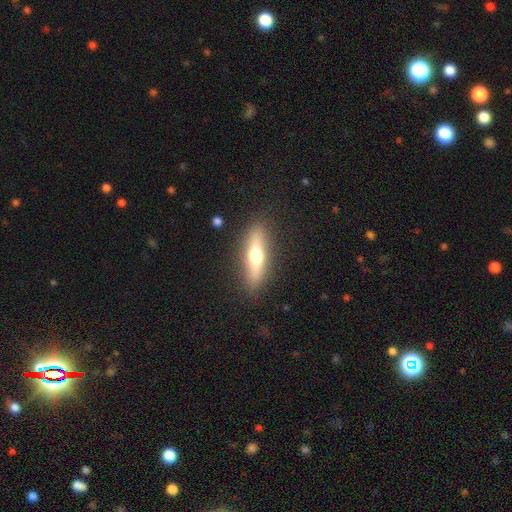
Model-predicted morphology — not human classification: type=smooth (48%); merging=none (86%).